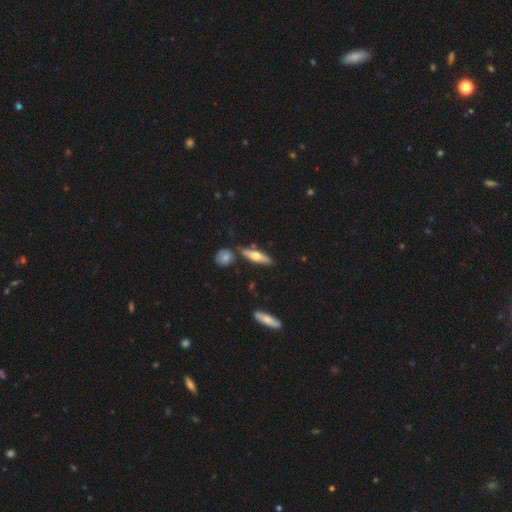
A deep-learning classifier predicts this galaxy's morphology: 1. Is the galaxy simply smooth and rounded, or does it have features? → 49% featured or disk, 46% smooth, 6% star or artifact.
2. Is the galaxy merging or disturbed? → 79% none, 11% minor disturbance, 7% merger, 3% major disturbance.